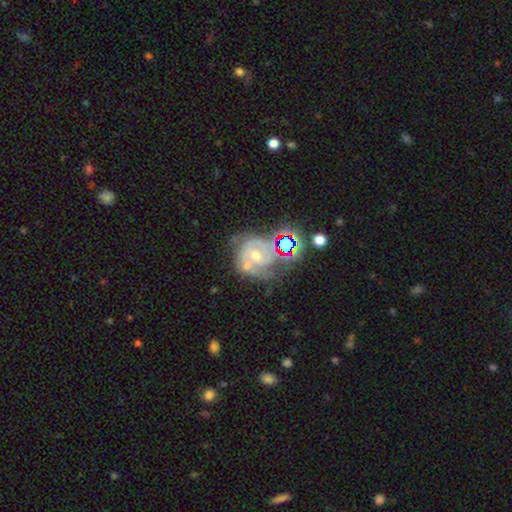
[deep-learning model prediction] Morphology: type=featured or disk (72%); edge-on=no (98%); bar=no (59%); spiral arms=yes (88%); winding=tight (49%); arm count=2 (44%); bulge=moderate (50%); merging=none (41%).